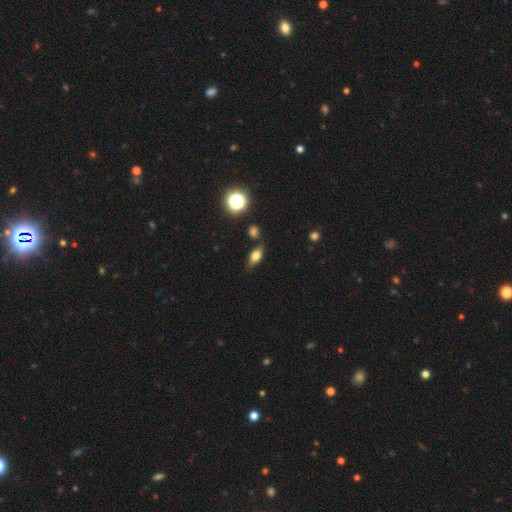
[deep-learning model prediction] smooth_or_featured: smooth (p=0.65) [alt: featured or disk p=0.24]
how_rounded: in between (p=0.73) [alt: cigar-shaped p=0.14]
merging: none (p=0.74) [alt: minor disturbance p=0.16]